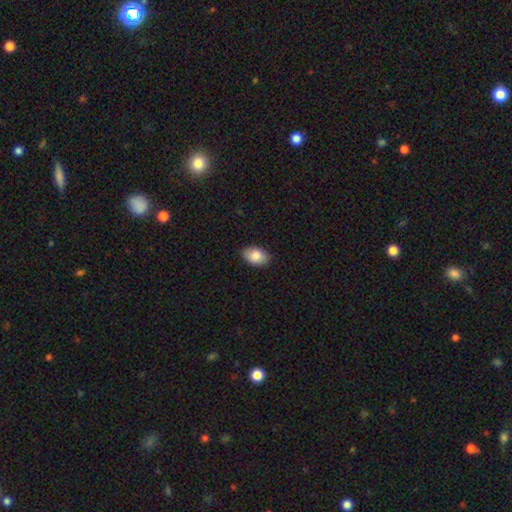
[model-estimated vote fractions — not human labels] A smooth galaxy with no disk features (86%) that is in between round and cigar-shaped (88%). Merging: none (88%).